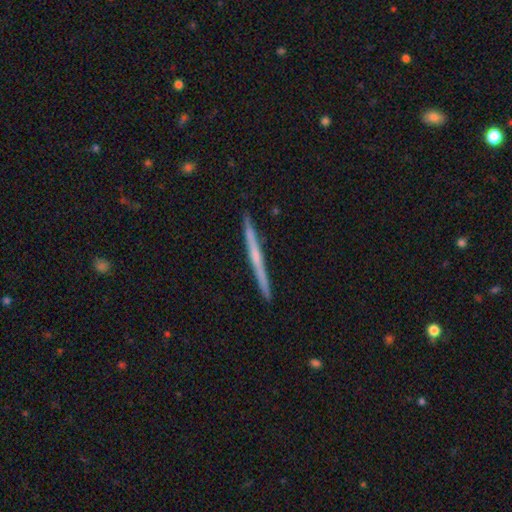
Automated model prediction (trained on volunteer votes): Smooth or featured?
  - featured or disk: 61% *
  - smooth: 33%
  - star or artifact: 6%
Edge-on disk?
  - yes: 98% *
  - no: 2%
Edge-on bulge?
  - none: 70% *
  - rounded: 25%
  - boxy: 5%
Merging?
  - none: 92% *
  - minor disturbance: 6%
  - major disturbance: 1%
  - merger: 1%